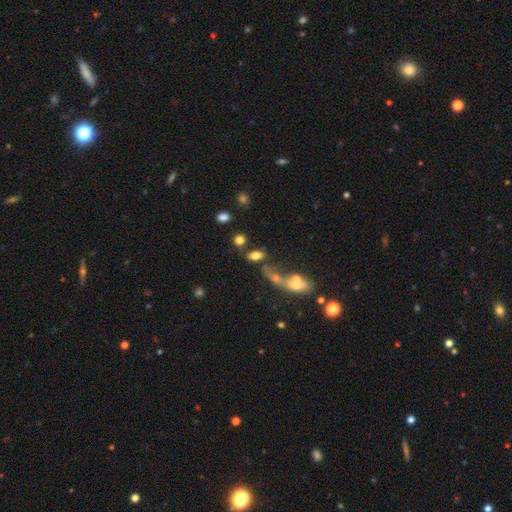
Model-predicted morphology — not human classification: Smooth or featured: smooth — 71% (featured or disk — 15%)
How rounded: in between — 78% (round — 16%)
Merging: none — 43% (merger — 31%)